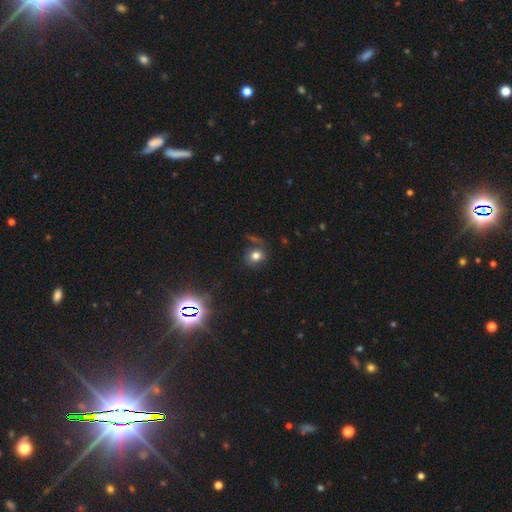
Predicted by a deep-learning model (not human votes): A smooth galaxy with no disk features (74%) that is round (74%).

Vote fractions:
- Smooth or featured? smooth: 74% / star or artifact: 16% / featured or disk: 10%
- How rounded? round: 74% / in between: 25% / cigar-shaped: 1%
- Merging? none: 69% / minor disturbance: 16% / major disturbance: 8% / merger: 7%